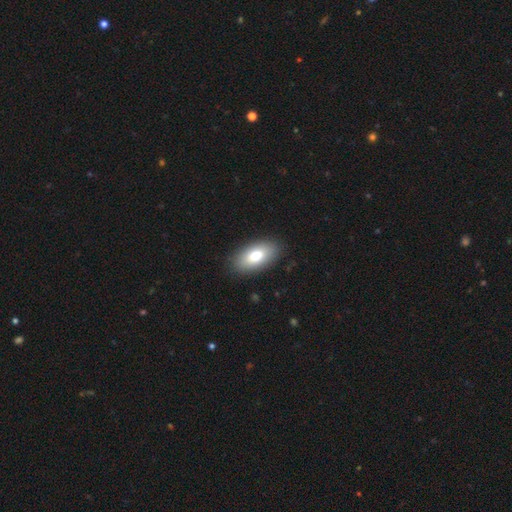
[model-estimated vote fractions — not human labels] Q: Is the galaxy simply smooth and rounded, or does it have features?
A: smooth — 79%.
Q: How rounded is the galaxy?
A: in between — 93%.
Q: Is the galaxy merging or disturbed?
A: none — 87%.